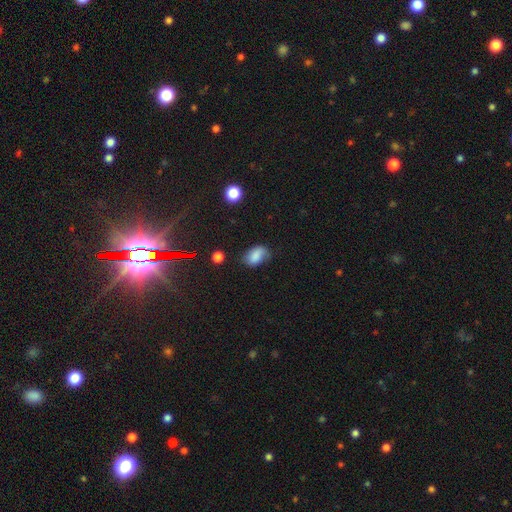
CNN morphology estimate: smooth-or-featured: smooth: 77% | featured or disk: 12% | star or artifact: 10%
  how-rounded: in between: 86% | round: 12% | cigar-shaped: 1%
  merging: none: 58% | minor disturbance: 31% | major disturbance: 8% | merger: 2%